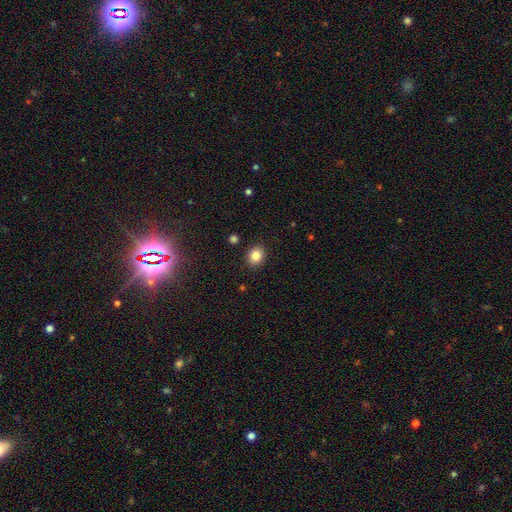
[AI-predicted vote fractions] Morphology: type=smooth (84%); roundness=round (63%); merging=none (89%).